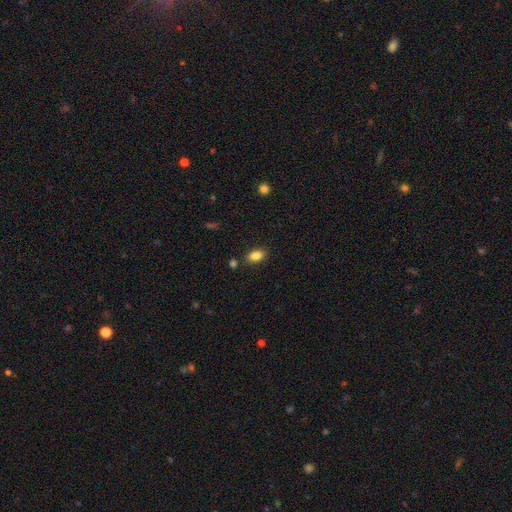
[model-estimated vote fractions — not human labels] smooth-or-featured: smooth: 85% | star or artifact: 9% | featured or disk: 7%
  how-rounded: in between: 89% | round: 8% | cigar-shaped: 3%
  merging: none: 83% | minor disturbance: 11% | merger: 4% | major disturbance: 3%